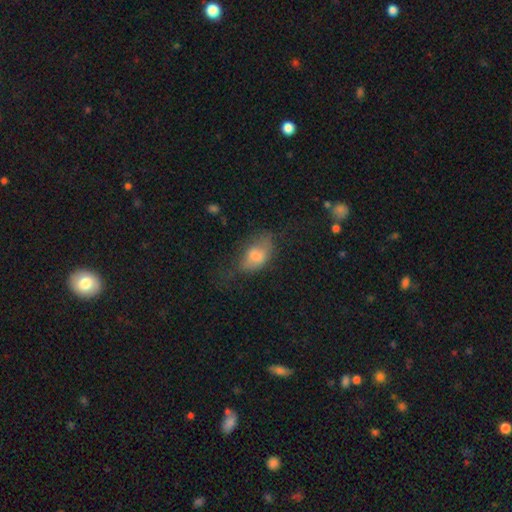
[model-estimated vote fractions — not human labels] A smooth galaxy with no disk features (67%) that is in between round and cigar-shaped (88%).

Vote fractions:
- Smooth or featured? smooth: 67% / featured or disk: 23% / star or artifact: 10%
- How rounded? in between: 88% / round: 8% / cigar-shaped: 4%
- Merging? none: 33% / major disturbance: 32% / minor disturbance: 31% / merger: 4%